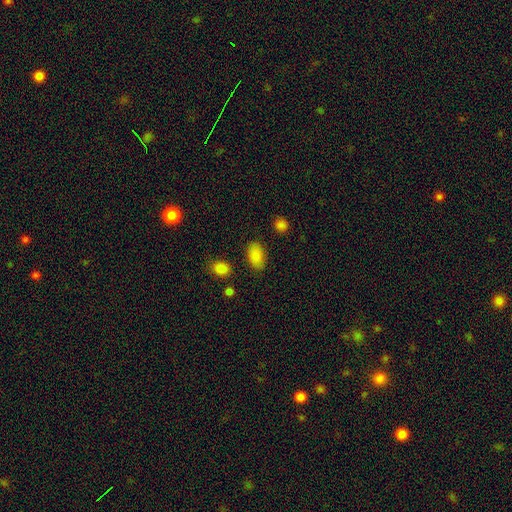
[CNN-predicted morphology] smooth 86%, star or artifact 9%, featured or disk 5%. Down the decision tree: how rounded — in between (92%); merging — none (84%).